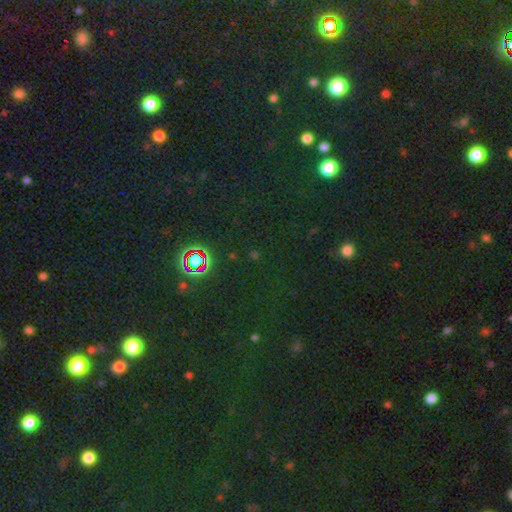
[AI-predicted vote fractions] Overall: star or artifact (75%).